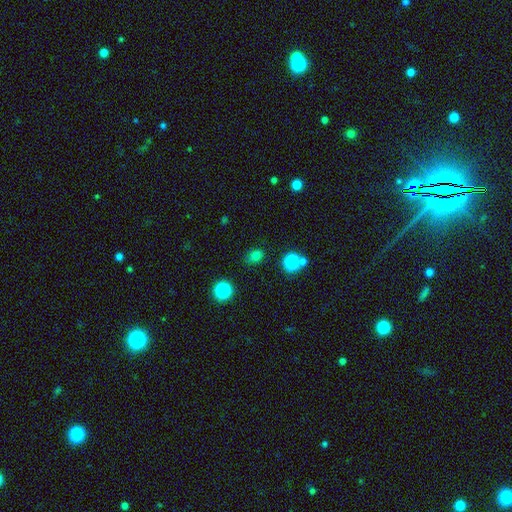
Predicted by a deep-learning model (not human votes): Smooth or featured: smooth — 74% (star or artifact — 20%)
How rounded: in between — 52% (round — 46%)
Merging: none — 78% (minor disturbance — 14%)